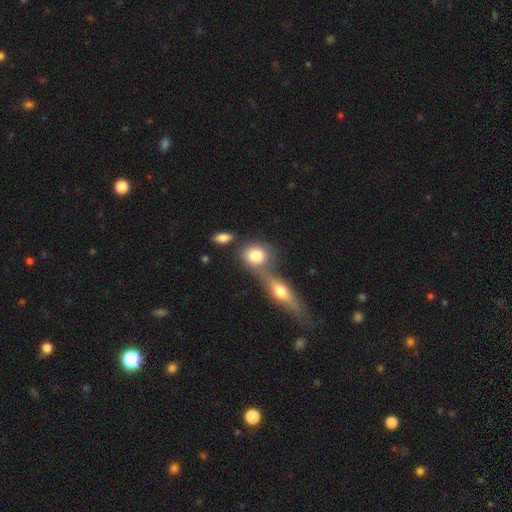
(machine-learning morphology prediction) Smooth or featured?
  - smooth: 79% *
  - featured or disk: 13%
  - star or artifact: 8%
How rounded?
  - round: 50% *
  - in between: 46%
  - cigar-shaped: 4%
Merging?
  - merger: 47% *
  - none: 38%
  - minor disturbance: 10%
  - major disturbance: 5%